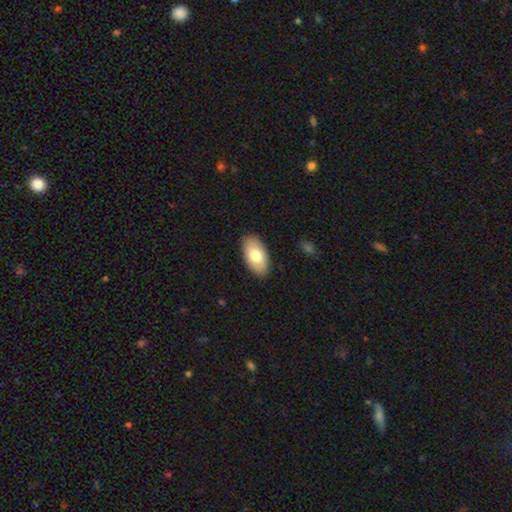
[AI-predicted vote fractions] A smooth galaxy with no disk features (76%) that is in between round and cigar-shaped (95%).

Vote fractions:
- Smooth or featured? smooth: 76% / featured or disk: 18% / star or artifact: 6%
- How rounded? in between: 95% / round: 3% / cigar-shaped: 2%
- Merging? none: 88% / minor disturbance: 9% / major disturbance: 2% / merger: 1%